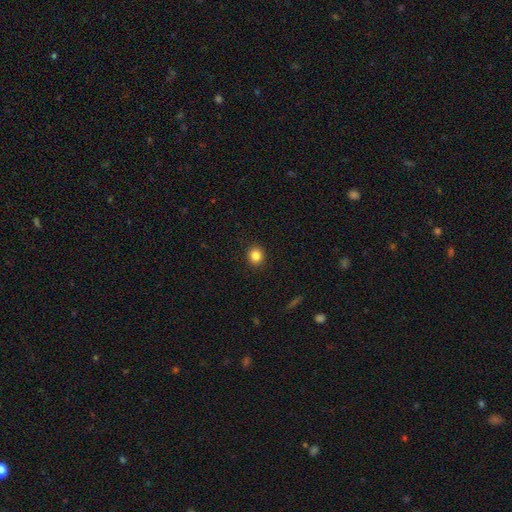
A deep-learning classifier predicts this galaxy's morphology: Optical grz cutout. It shows a smooth galaxy with no disk features (84%) that is round (81%). Merging: none (92%).